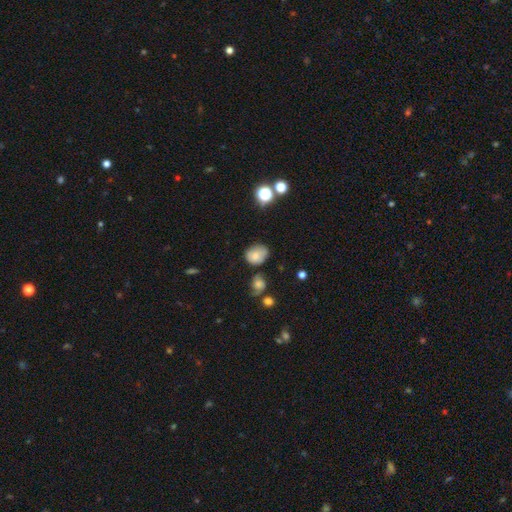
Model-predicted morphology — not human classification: smooth_or_featured: smooth (p=0.76) [alt: featured or disk p=0.12]
how_rounded: round (p=0.50) [alt: in between p=0.49]
merging: none (p=0.55) [alt: minor disturbance p=0.30]